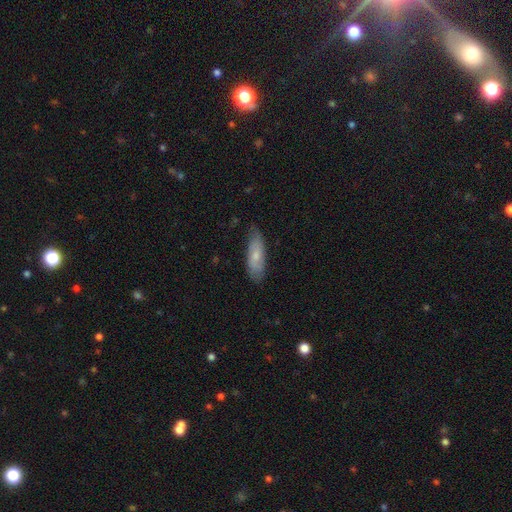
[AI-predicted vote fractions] A smooth galaxy with no disk features (63%) that is in between round and cigar-shaped (61%). Merging: none (73%).